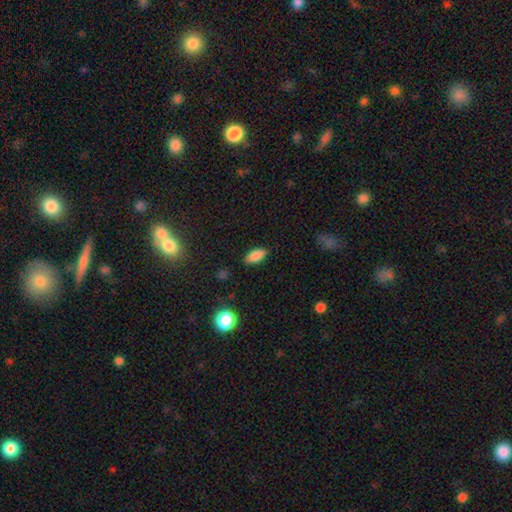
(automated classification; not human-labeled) A smooth galaxy with no disk features (84%) that is in between round and cigar-shaped (85%). Merging: none (84%).